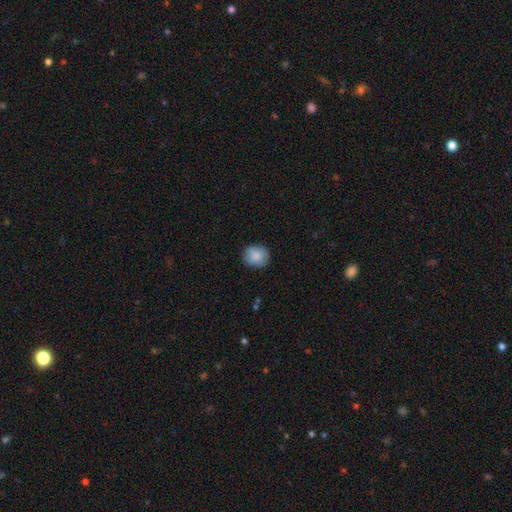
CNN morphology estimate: smooth 86%, star or artifact 7%, featured or disk 6%. Down the decision tree: how rounded — round (79%); merging — none (85%).